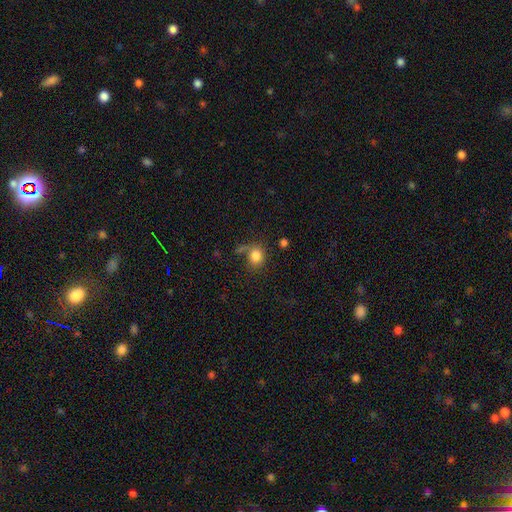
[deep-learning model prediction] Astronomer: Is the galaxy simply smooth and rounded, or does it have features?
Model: smooth — 83%.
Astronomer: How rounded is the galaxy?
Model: round — 66%.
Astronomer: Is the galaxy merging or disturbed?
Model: none — 57%.